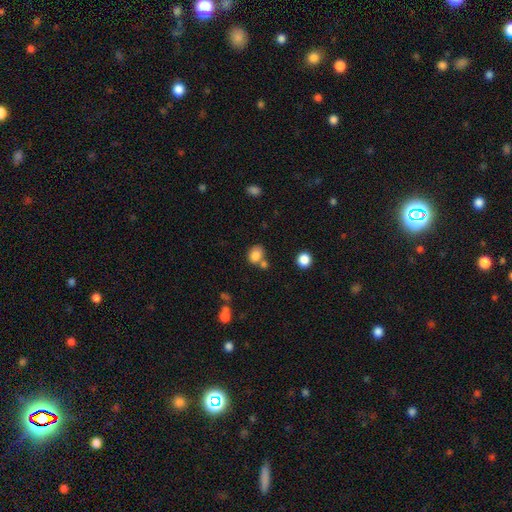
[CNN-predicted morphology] Smooth or featured?
  - smooth: 82% *
  - star or artifact: 11%
  - featured or disk: 7%
How rounded?
  - in between: 52% *
  - round: 47%
  - cigar-shaped: 1%
Merging?
  - none: 54% *
  - merger: 27%
  - minor disturbance: 14%
  - major disturbance: 5%